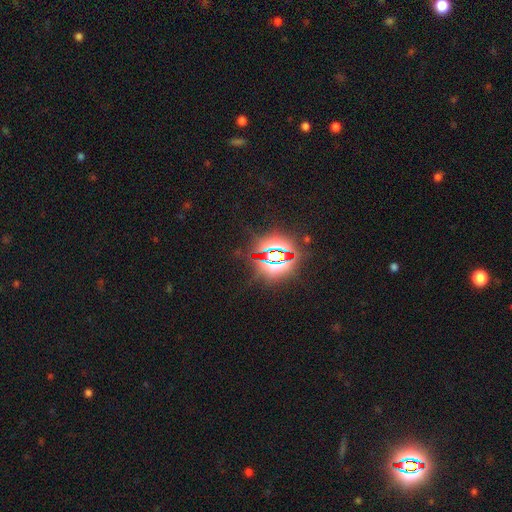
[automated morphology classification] Overall: star or artifact (86%).